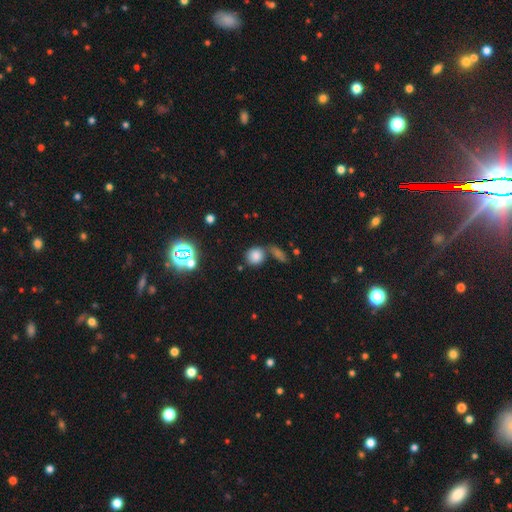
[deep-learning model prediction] Overall: smooth (79%). How rounded: round (77%). Merging: none (61%; merger 23%).